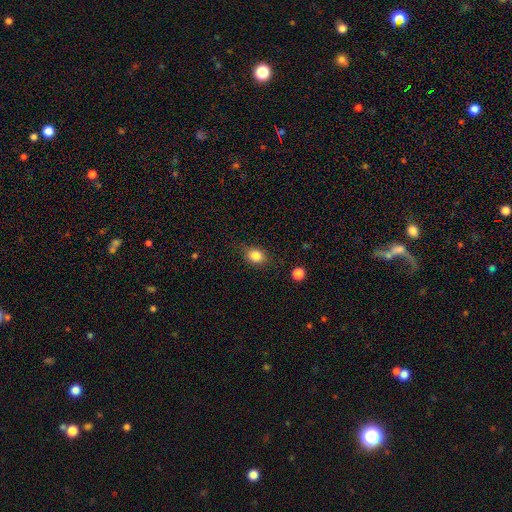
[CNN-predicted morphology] smooth_or_featured: smooth (p=0.82) [alt: star or artifact p=0.11]
how_rounded: round (p=0.51) [alt: in between p=0.48]
merging: none (p=0.76) [alt: minor disturbance p=0.18]